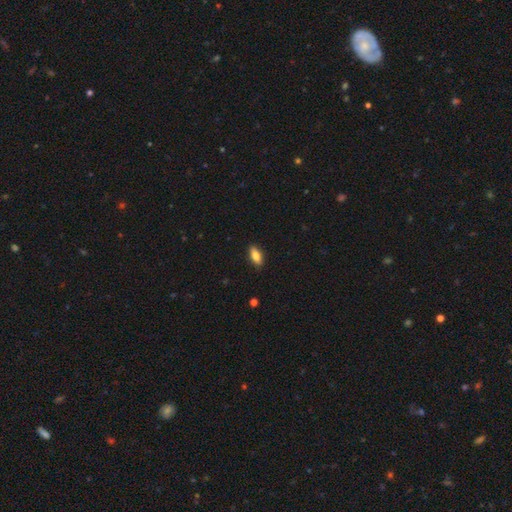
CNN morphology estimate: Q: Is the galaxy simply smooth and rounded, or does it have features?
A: smooth — 81%.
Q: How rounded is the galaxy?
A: in between — 79%.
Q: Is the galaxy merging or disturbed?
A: none — 87%.